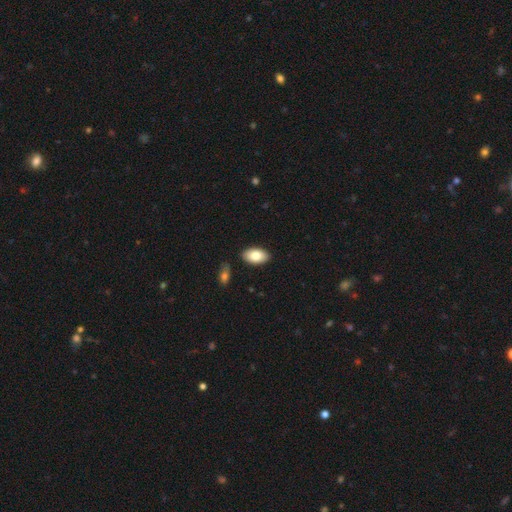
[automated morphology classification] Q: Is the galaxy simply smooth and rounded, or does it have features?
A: smooth — 82%.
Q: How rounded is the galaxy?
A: in between — 95%.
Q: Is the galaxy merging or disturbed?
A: none — 86%.